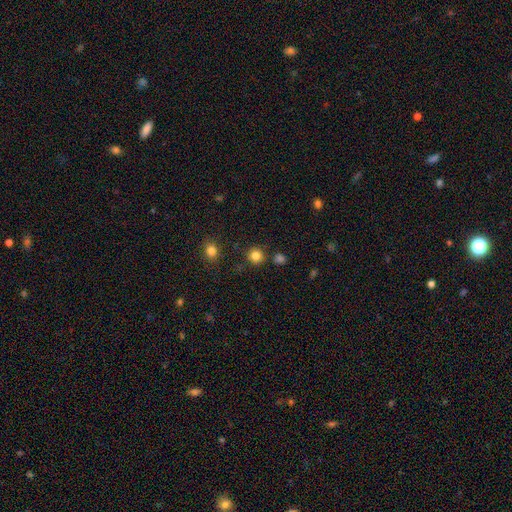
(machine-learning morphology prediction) Q: Smooth or featured?
A: smooth (83%); runner-up: star or artifact (12%)
Q: How rounded?
A: round (92%); runner-up: in between (7%)
Q: Merging?
A: none (86%); runner-up: minor disturbance (7%)